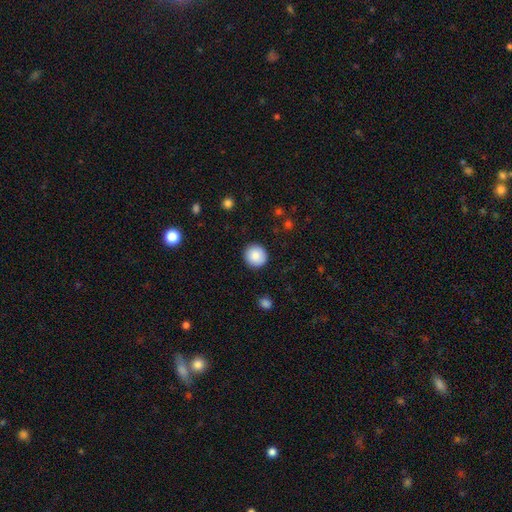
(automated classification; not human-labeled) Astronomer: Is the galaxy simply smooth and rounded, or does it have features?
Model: smooth — 87%.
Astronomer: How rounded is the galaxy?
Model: round — 94%.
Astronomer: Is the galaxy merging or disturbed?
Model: none — 91%.